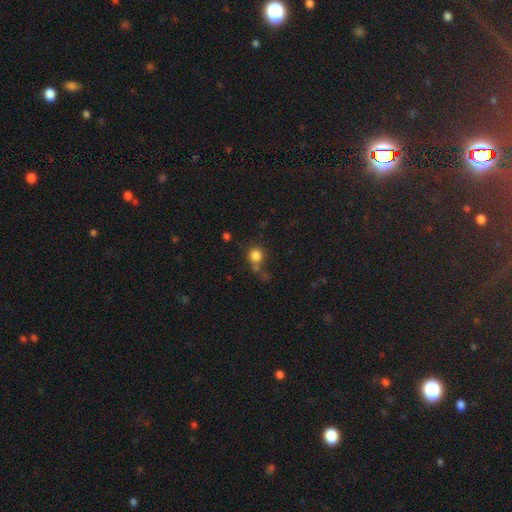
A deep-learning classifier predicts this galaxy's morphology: Smooth or featured?
  - smooth: 81% *
  - star or artifact: 12%
  - featured or disk: 7%
How rounded?
  - round: 81% *
  - in between: 18%
  - cigar-shaped: 1%
Merging?
  - none: 56% *
  - merger: 18%
  - minor disturbance: 17%
  - major disturbance: 9%